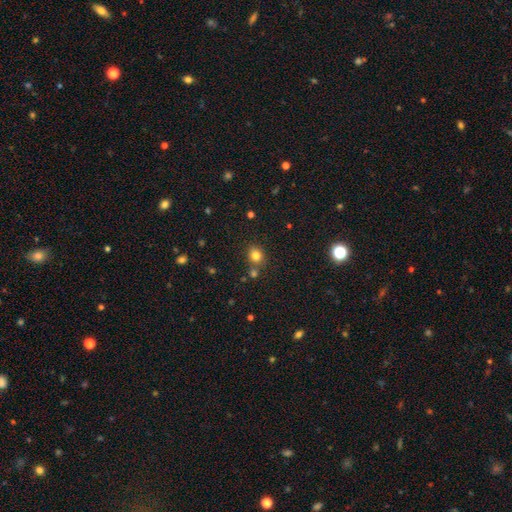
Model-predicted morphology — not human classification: Overall: smooth (80%). How rounded: round (71%). Merging: none (71%).